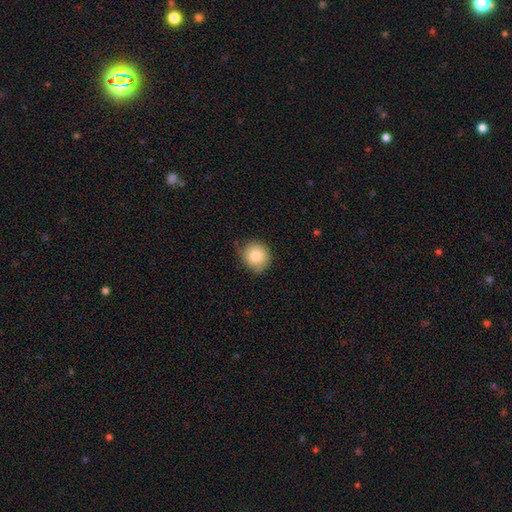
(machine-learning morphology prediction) smooth_or_featured: smooth (p=0.83) [alt: featured or disk p=0.09]
how_rounded: round (p=0.86) [alt: in between p=0.13]
merging: none (p=0.71) [alt: minor disturbance p=0.24]